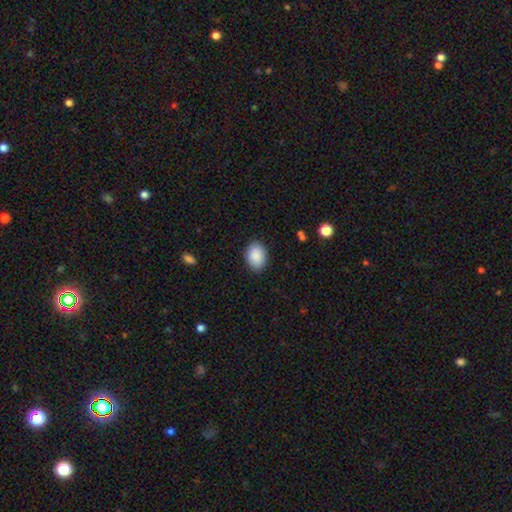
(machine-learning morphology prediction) Smooth or featured: smooth — 90% (star or artifact — 6%)
How rounded: in between — 76% (round — 23%)
Merging: none — 87% (minor disturbance — 9%)